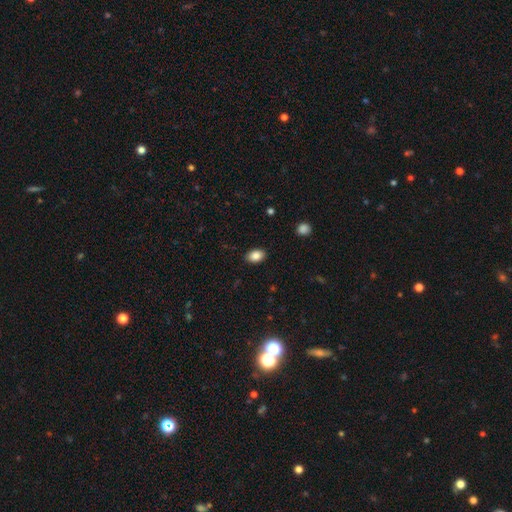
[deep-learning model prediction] This appears to be a smooth galaxy with no disk features (87%) that is in between round and cigar-shaped (85%). Merging: none (89%).